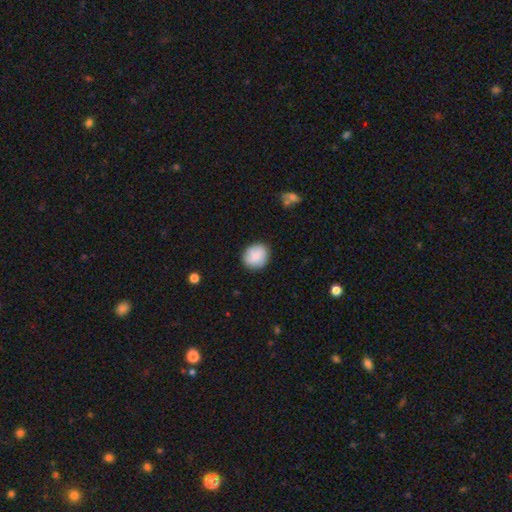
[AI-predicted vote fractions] A smooth galaxy with no disk features (86%) that is round (78%).

Vote fractions:
- Smooth or featured? smooth: 86% / featured or disk: 8% / star or artifact: 7%
- How rounded? round: 78% / in between: 21% / cigar-shaped: 1%
- Merging? none: 86% / minor disturbance: 10% / major disturbance: 2% / merger: 1%